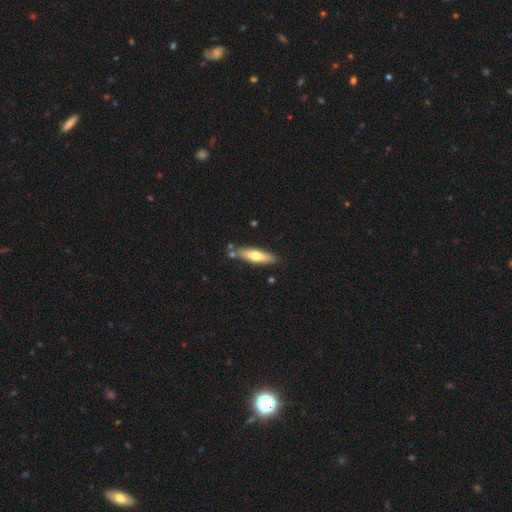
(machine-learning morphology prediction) smooth 56%, featured or disk 38%, star or artifact 5%. Down the decision tree: how rounded — cigar-shaped (69%); merging — none (80%).